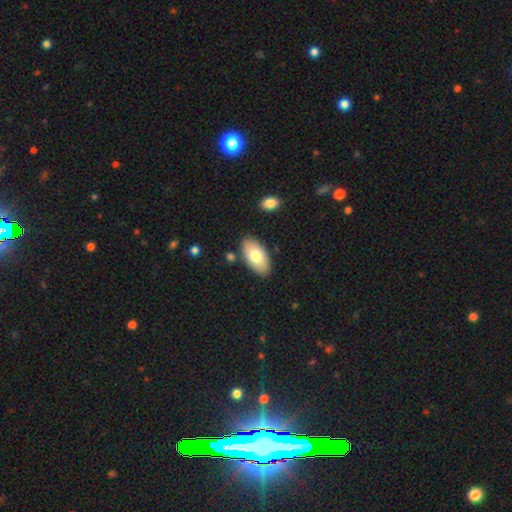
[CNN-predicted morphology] A smooth galaxy with no disk features (74%) that is in between round and cigar-shaped (95%). Merging: none (85%).